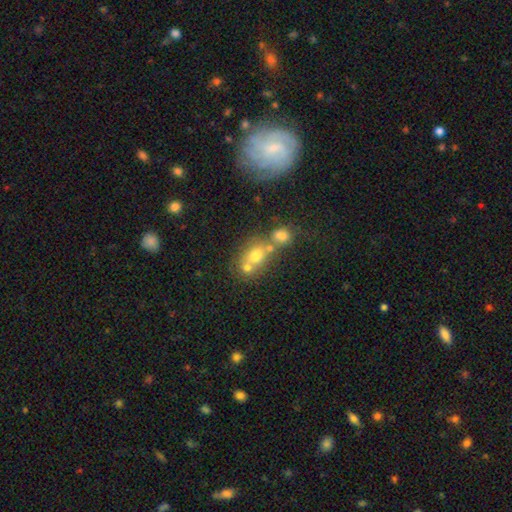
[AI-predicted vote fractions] The model was most divided on "how rounded": round: 55%, in between: 43%, cigar-shaped: 2%. More confident: smooth or featured — smooth (65%); merging — merger (53%).